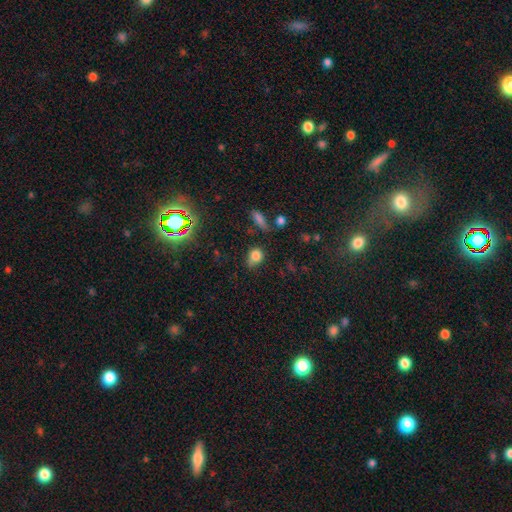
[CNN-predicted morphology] Smooth or featured?
  - smooth: 79% *
  - star or artifact: 13%
  - featured or disk: 8%
How rounded?
  - round: 51% *
  - in between: 47%
  - cigar-shaped: 2%
Merging?
  - none: 55% *
  - minor disturbance: 30%
  - major disturbance: 10%
  - merger: 5%